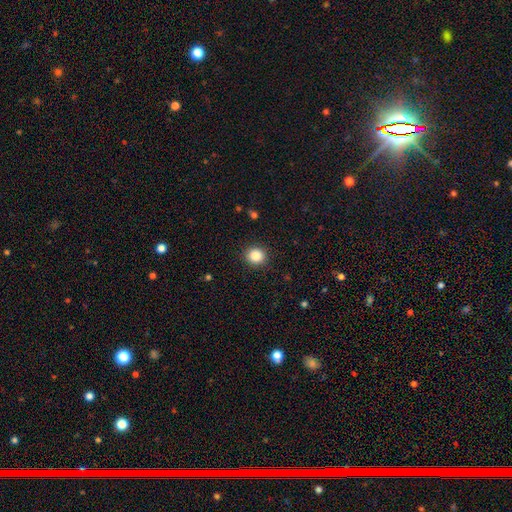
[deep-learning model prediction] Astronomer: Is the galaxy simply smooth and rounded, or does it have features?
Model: smooth — 86%.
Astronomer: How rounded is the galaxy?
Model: round — 87%.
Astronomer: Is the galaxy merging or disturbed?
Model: none — 91%.